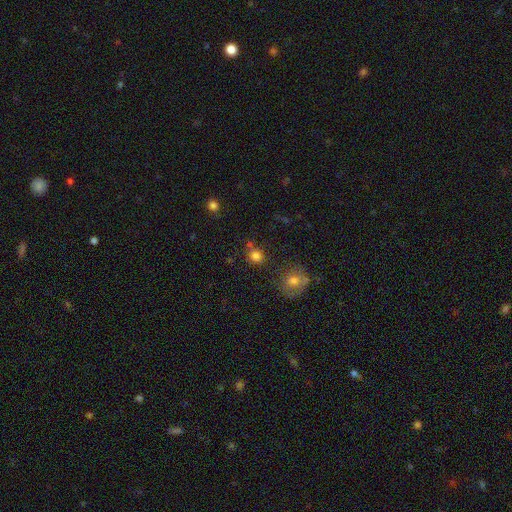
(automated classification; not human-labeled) A smooth galaxy with no disk features (80%) that is round (87%). Merging: none (74%).